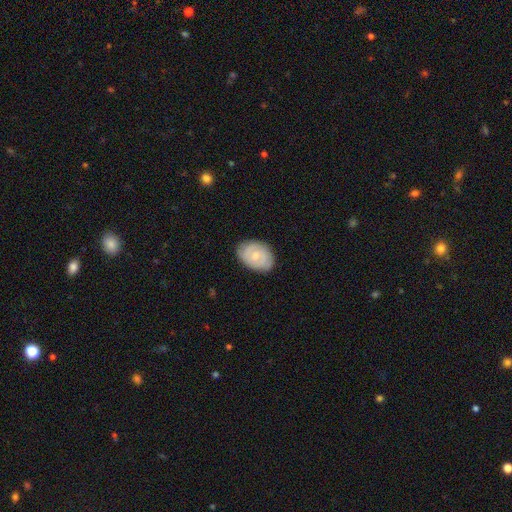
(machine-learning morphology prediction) Q: Smooth or featured?
A: smooth (49%); runner-up: featured or disk (45%)
Q: Merging?
A: none (81%); runner-up: minor disturbance (15%)